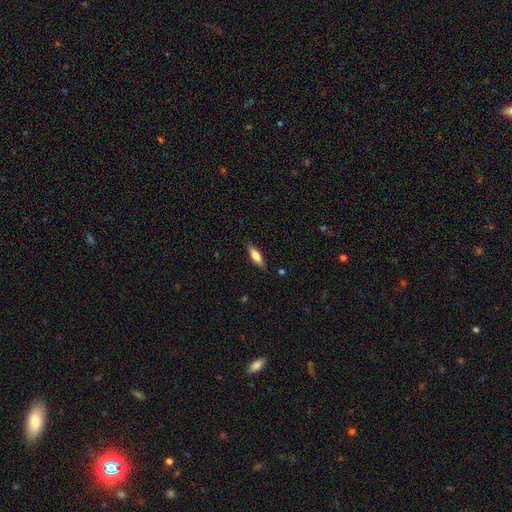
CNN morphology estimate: smooth 68%, featured or disk 26%, star or artifact 6%. Down the decision tree: how rounded — in between (50%); merging — none (85%).